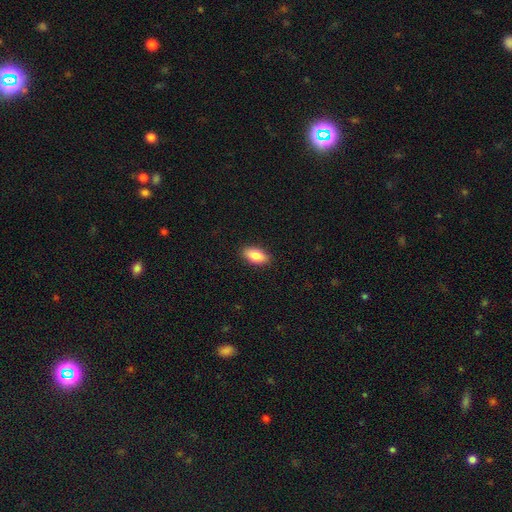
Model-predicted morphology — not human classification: A smooth galaxy with no disk features (85%) that is in between round and cigar-shaped (90%). Merging: none (90%).